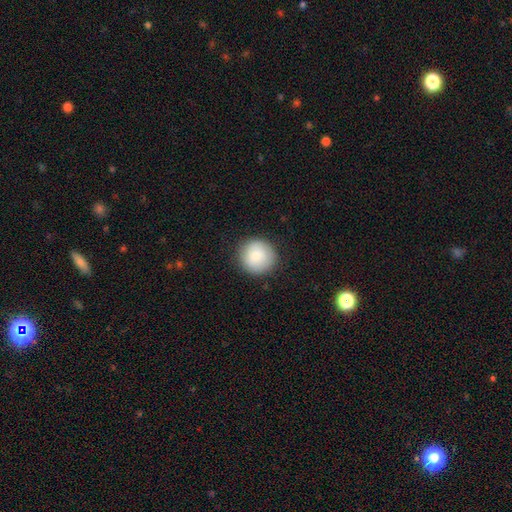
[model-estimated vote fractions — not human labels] Overall: smooth (77%). How rounded: round (94%). Merging: none (87%).